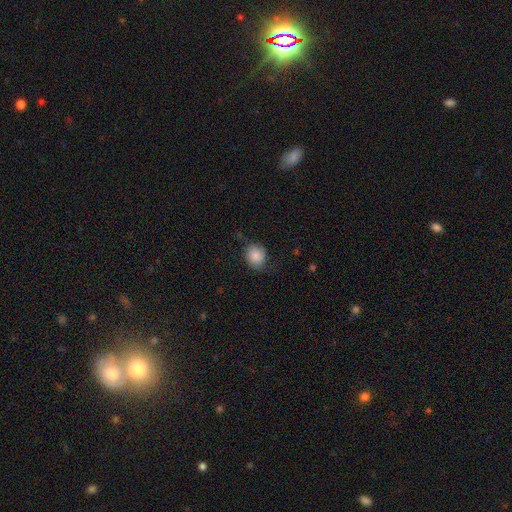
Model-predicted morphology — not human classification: Smooth or featured? smooth (84%)
How rounded? round (74%)
Merging? none (67%)